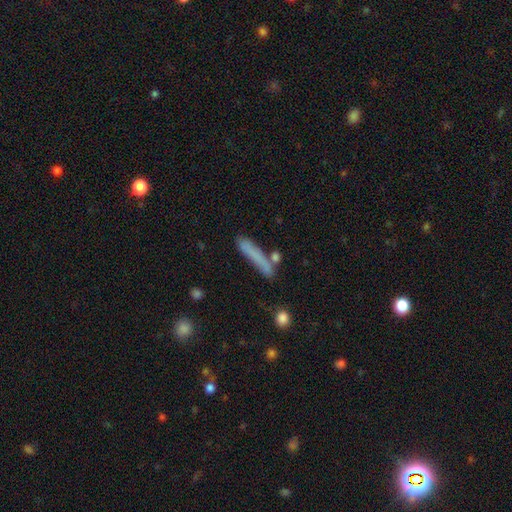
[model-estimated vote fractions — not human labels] A smooth galaxy with no disk features (72%) that is cigar-shaped (92%).

Vote fractions:
- Smooth or featured? smooth: 72% / featured or disk: 20% / star or artifact: 9%
- How rounded? cigar-shaped: 92% / in between: 6% / round: 2%
- Merging? none: 73% / minor disturbance: 15% / merger: 7% / major disturbance: 4%